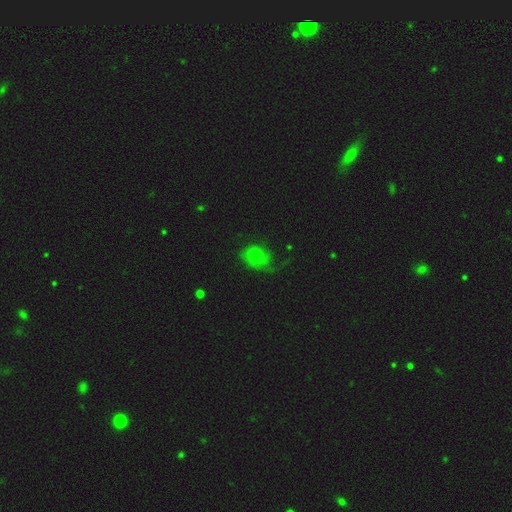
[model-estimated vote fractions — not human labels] Smooth or featured? Predicted: smooth (p=0.64). How rounded? Predicted: in between (p=0.55). Merging? Predicted: none (p=0.44).